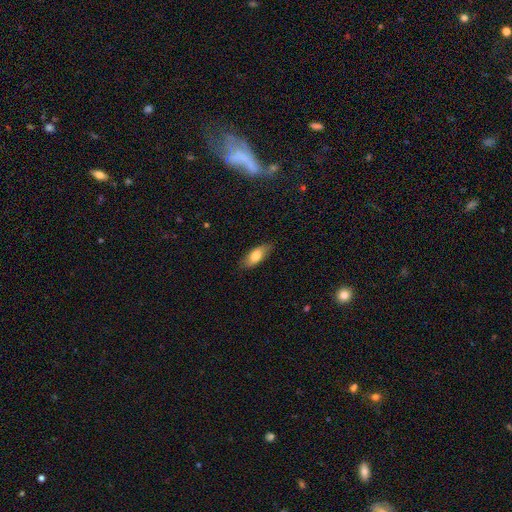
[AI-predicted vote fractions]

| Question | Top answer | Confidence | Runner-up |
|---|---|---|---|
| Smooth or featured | smooth | 74% | featured or disk (19%) |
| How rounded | in between | 75% | cigar-shaped (22%) |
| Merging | none | 83% | minor disturbance (14%) |